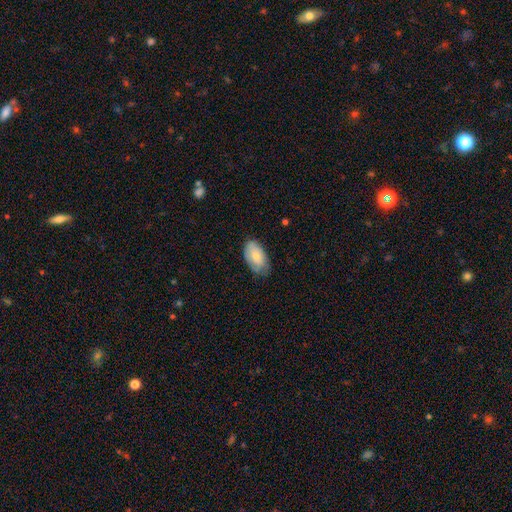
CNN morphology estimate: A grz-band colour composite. It shows a smooth galaxy with no disk features (74%) that is in between round and cigar-shaped (94%). Merging: none (68%).